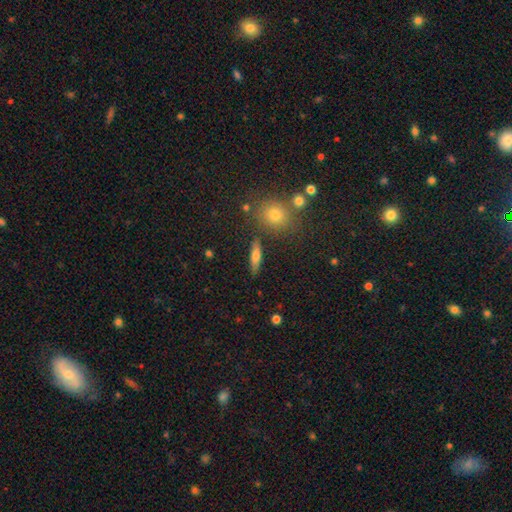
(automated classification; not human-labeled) Smooth or featured?
  - smooth: 70% *
  - featured or disk: 21%
  - star or artifact: 9%
How rounded?
  - cigar-shaped: 61% *
  - in between: 33%
  - round: 6%
Merging?
  - none: 82% *
  - minor disturbance: 10%
  - merger: 4%
  - major disturbance: 3%